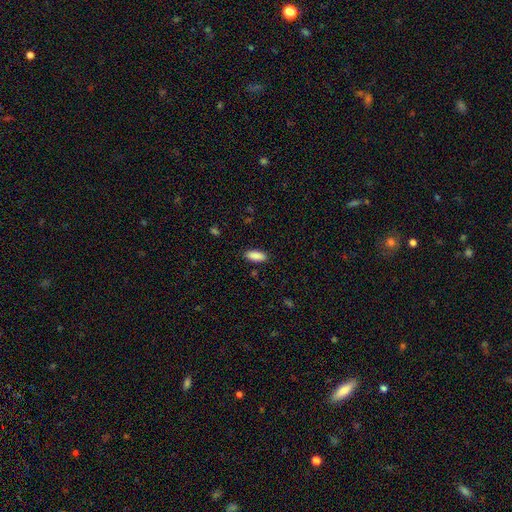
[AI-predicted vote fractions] Smooth or featured?
  - smooth: 90% *
  - star or artifact: 7%
  - featured or disk: 4%
How rounded?
  - in between: 78% *
  - cigar-shaped: 20%
  - round: 2%
Merging?
  - none: 89% *
  - minor disturbance: 8%
  - major disturbance: 2%
  - merger: 1%